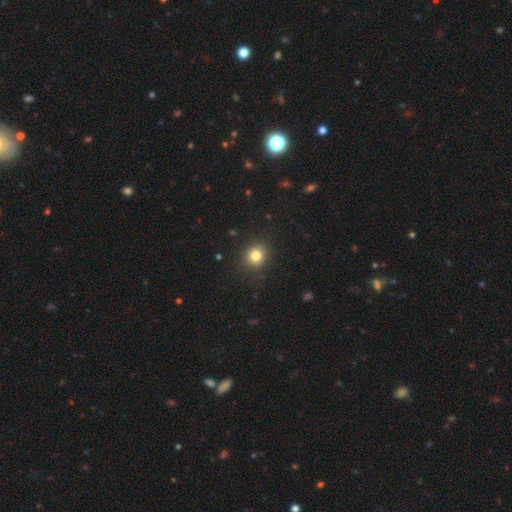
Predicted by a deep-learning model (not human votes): Smooth or featured? smooth (81%)
How rounded? round (82%)
Merging? none (88%)